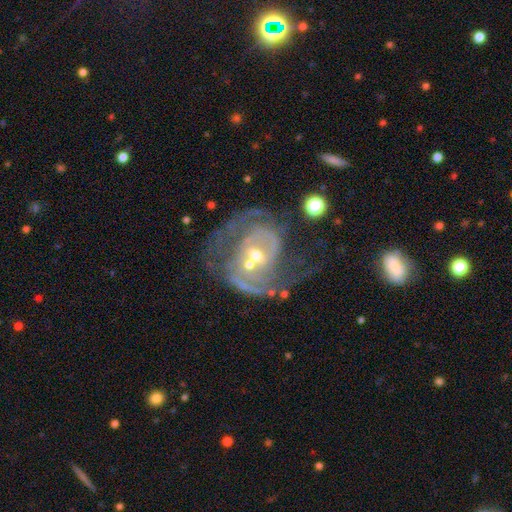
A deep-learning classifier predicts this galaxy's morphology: This is clearly a featured or disk galaxy (83%). It is clearly not viewed edge-on (97%). Bar: possibly no (54%). Spiral arm pattern: clearly yes (85%). Spiral arm count: possibly 2 (57%). Spiral winding: marginally medium (43%). Central bulge: possibly small (51%). Merging: marginally none (32%).